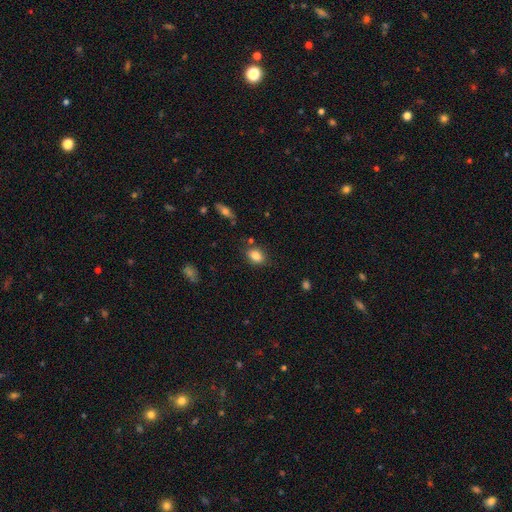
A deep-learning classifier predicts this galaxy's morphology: smooth-or-featured: smooth: 84% | star or artifact: 9% | featured or disk: 7%
  how-rounded: in between: 75% | round: 23% | cigar-shaped: 2%
  merging: none: 80% | minor disturbance: 13% | merger: 4% | major disturbance: 3%